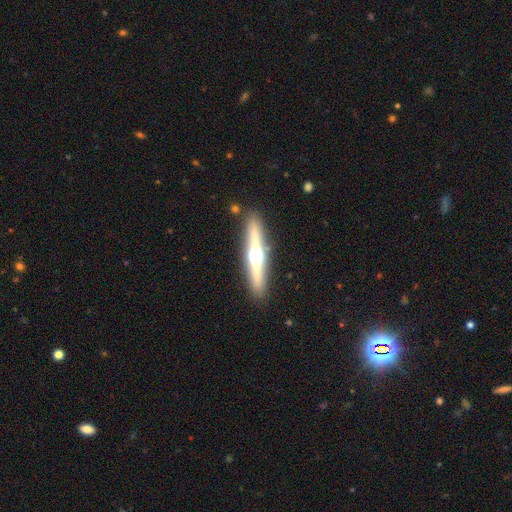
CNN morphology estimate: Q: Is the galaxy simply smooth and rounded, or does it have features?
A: featured or disk — 69%.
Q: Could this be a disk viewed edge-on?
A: yes — 96%.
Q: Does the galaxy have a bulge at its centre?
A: rounded — 94%.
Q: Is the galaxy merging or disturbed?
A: none — 88%.